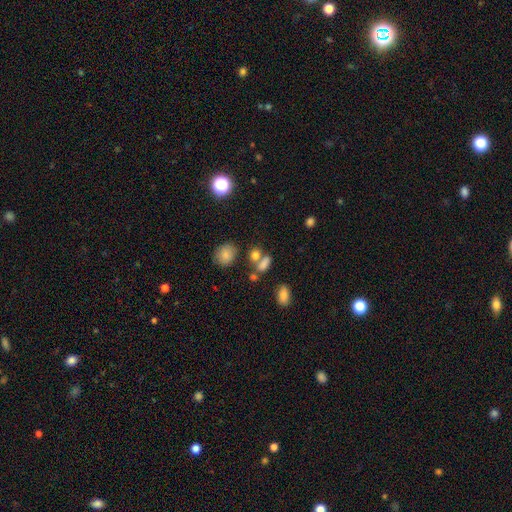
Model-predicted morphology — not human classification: smooth_or_featured: smooth (p=0.76) [alt: star or artifact p=0.16]
how_rounded: in between (p=0.58) [alt: round p=0.38]
merging: none (p=0.51) [alt: merger p=0.32]